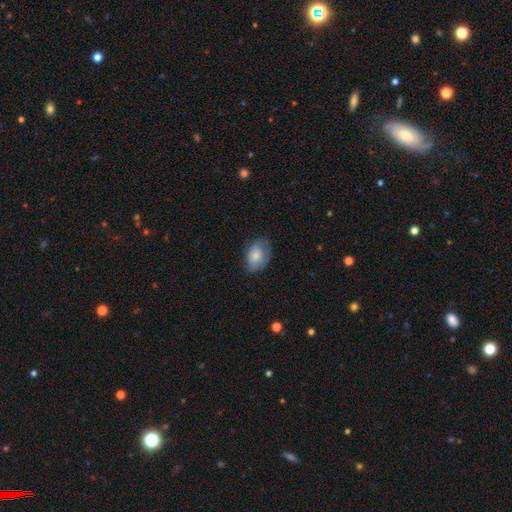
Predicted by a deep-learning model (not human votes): Morphology: type=smooth (67%); roundness=in between (84%); merging=none (63%).